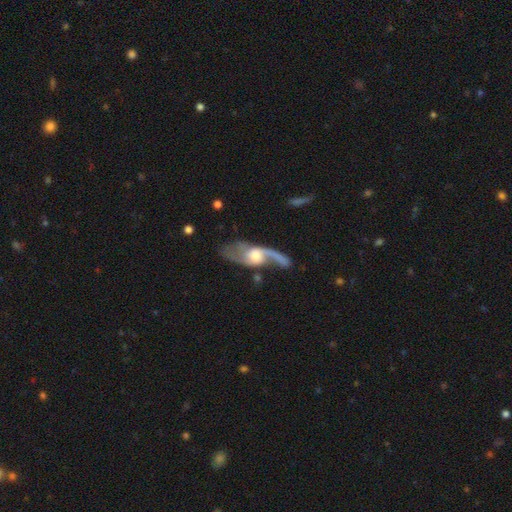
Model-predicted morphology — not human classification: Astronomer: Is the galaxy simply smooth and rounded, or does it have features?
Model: featured or disk — 81%.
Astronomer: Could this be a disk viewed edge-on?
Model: no — 91%.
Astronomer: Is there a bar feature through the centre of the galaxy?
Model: no — 58% (runner-up: weak, 34%).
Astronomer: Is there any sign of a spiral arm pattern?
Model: yes — 91%.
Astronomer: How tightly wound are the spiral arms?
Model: loose — 69%.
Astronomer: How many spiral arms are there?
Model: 2 — 74%.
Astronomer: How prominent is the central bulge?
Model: moderate — 55%.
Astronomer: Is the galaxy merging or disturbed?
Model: none — 47% (runner-up: major disturbance, 27%).